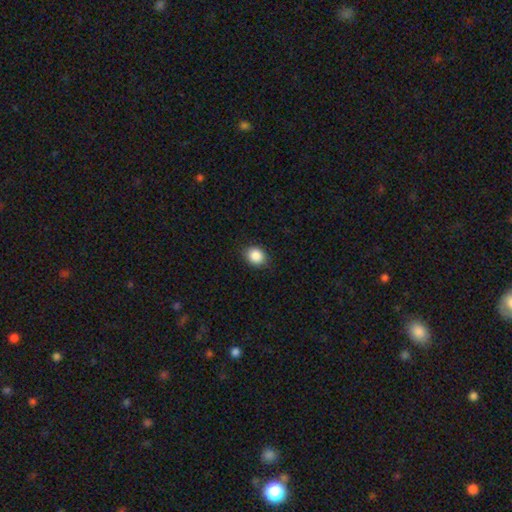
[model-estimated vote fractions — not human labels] smooth_or_featured: smooth (p=0.87) [alt: star or artifact p=0.09]
how_rounded: round (p=0.63) [alt: in between p=0.36]
merging: none (p=0.87) [alt: minor disturbance p=0.10]